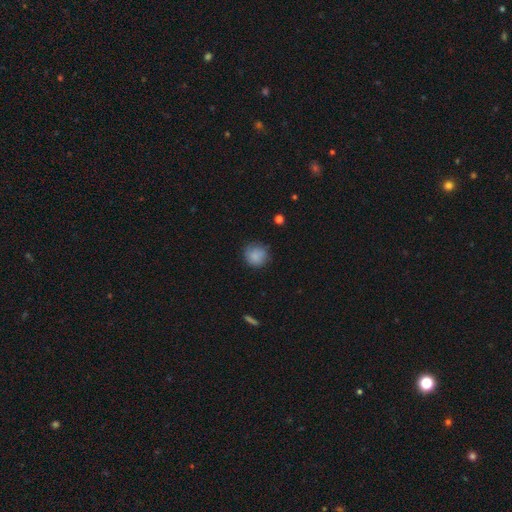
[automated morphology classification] The model was most divided on "merging": none: 75%, minor disturbance: 19%, major disturbance: 5%, merger: 1%. More confident: how rounded — round (90%); smooth or featured — smooth (85%).